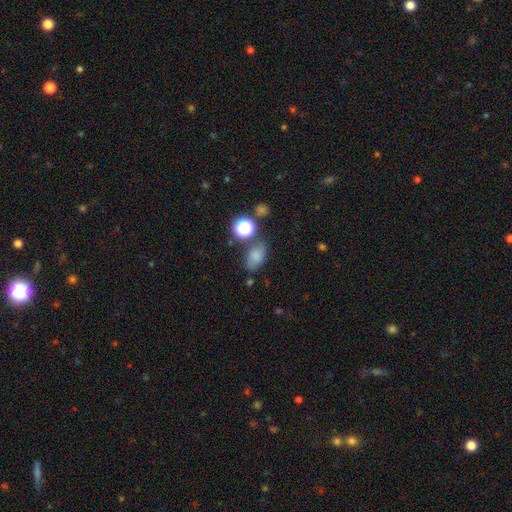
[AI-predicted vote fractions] This appears to be a smooth galaxy with no disk features (72%) that is in between round and cigar-shaped (77%). Merging: none (63%).